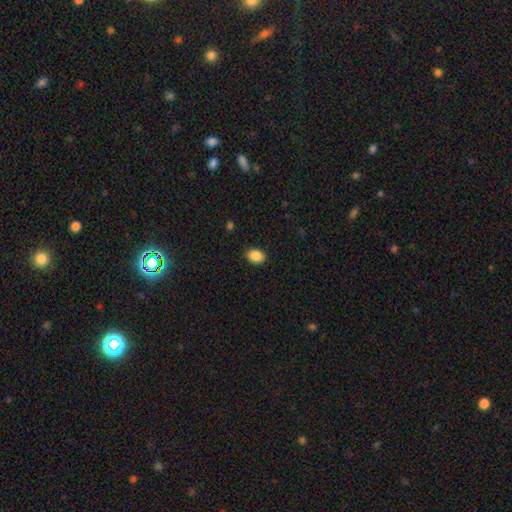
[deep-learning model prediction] Smooth or featured: smooth — 88% (star or artifact — 8%)
How rounded: in between — 72% (round — 27%)
Merging: none — 88% (minor disturbance — 9%)